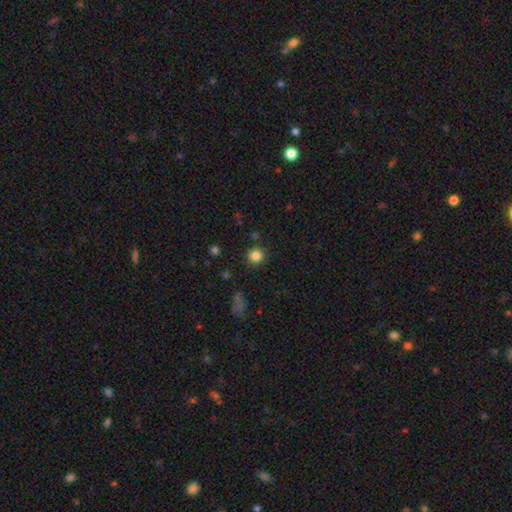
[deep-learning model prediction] Smooth or featured? smooth (83%)
How rounded? round (93%)
Merging? none (89%)